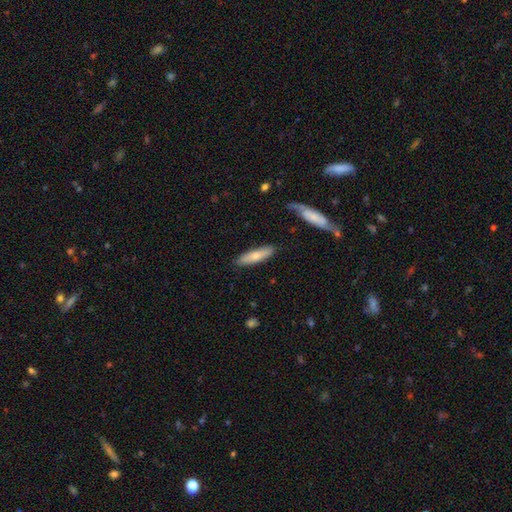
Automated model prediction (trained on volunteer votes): Smooth or featured?
  - smooth: 71% *
  - featured or disk: 24%
  - star or artifact: 6%
How rounded?
  - cigar-shaped: 69% *
  - in between: 29%
  - round: 2%
Merging?
  - none: 84% *
  - minor disturbance: 11%
  - merger: 2%
  - major disturbance: 2%